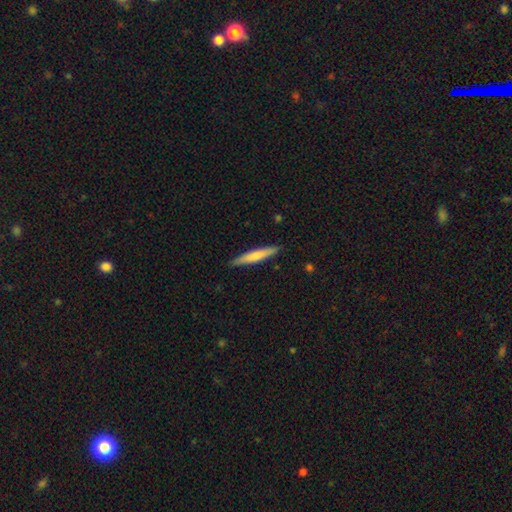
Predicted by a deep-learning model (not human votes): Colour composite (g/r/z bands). It shows a smooth galaxy with no disk features (67%) that is cigar-shaped (93%). Merging: none (89%).